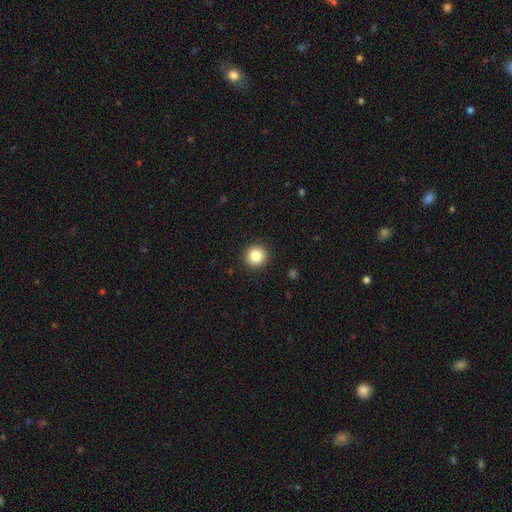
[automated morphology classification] Overall: smooth (84%). How rounded: round (93%). Merging: none (92%).